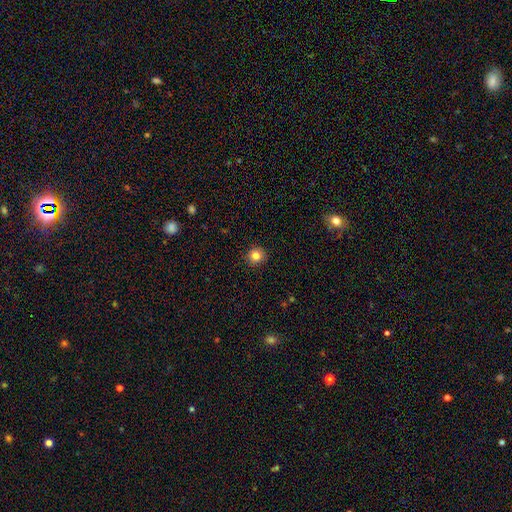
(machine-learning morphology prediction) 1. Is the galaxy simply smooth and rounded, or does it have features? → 82% smooth, 11% star or artifact, 6% featured or disk.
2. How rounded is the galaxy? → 92% round, 7% in between, 1% cigar-shaped.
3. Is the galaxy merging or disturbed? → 92% none, 5% minor disturbance, 2% major disturbance, 1% merger.